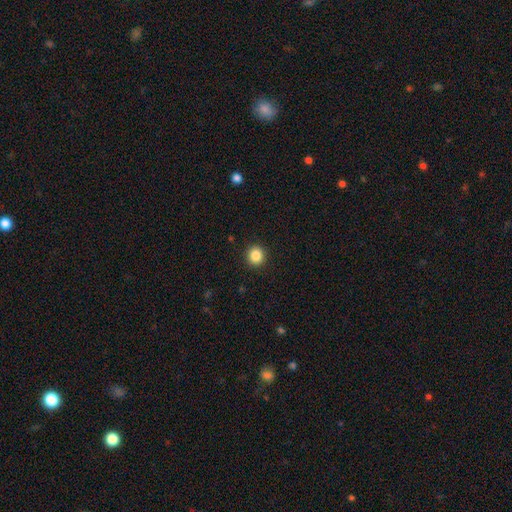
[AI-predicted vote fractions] Overall: smooth (86%). How rounded: round (90%). Merging: none (92%).